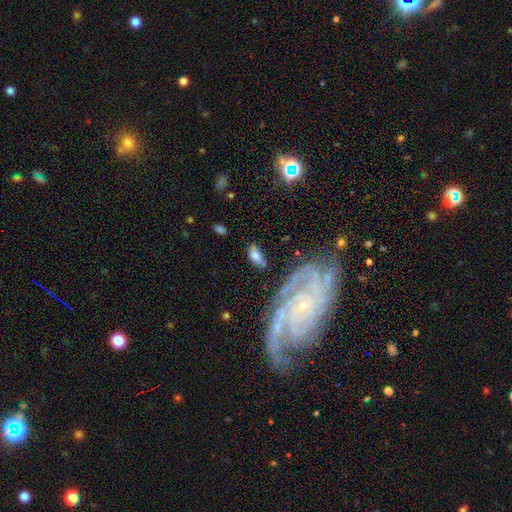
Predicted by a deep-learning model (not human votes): This is possibly a smooth galaxy (54%). How rounded: clearly in between (83%). Merging: likely none (63%).